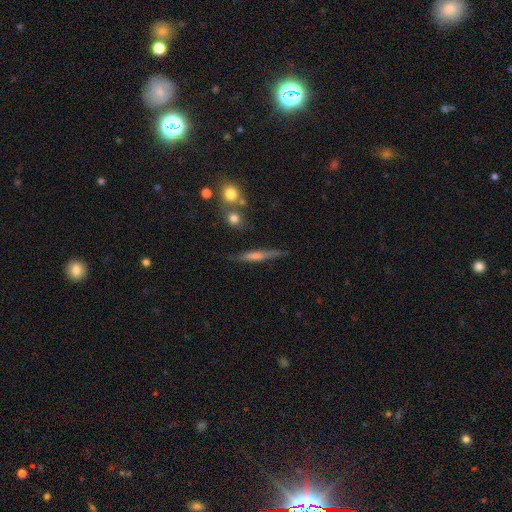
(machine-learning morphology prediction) smooth_or_featured: featured or disk (p=0.55) [alt: smooth p=0.36]
disk_edge_on: yes (p=0.93) [alt: no p=0.07]
edge_on_bulge: rounded (p=0.47) [alt: none p=0.38]
merging: none (p=0.76) [alt: minor disturbance p=0.15]